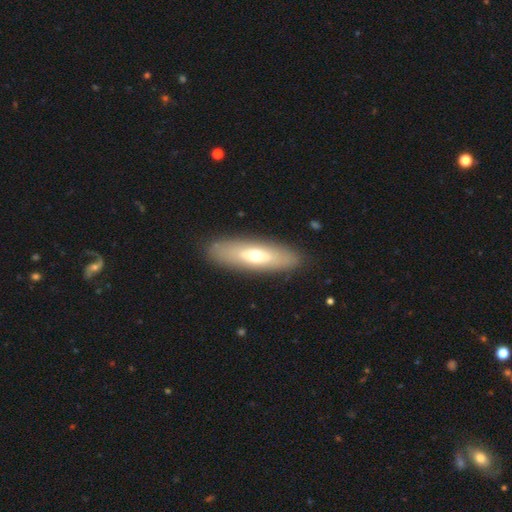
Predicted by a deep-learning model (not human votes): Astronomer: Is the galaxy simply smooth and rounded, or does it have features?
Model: smooth — 50% (runner-up: featured or disk, 44%).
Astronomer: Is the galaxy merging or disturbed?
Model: none — 87%.